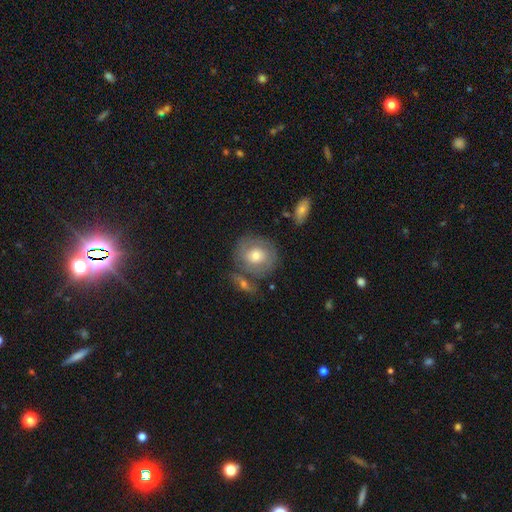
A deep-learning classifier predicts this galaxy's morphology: Smooth or featured?
  - smooth: 48% *
  - featured or disk: 44%
  - star or artifact: 8%
Merging?
  - none: 64% *
  - minor disturbance: 15%
  - merger: 14%
  - major disturbance: 7%